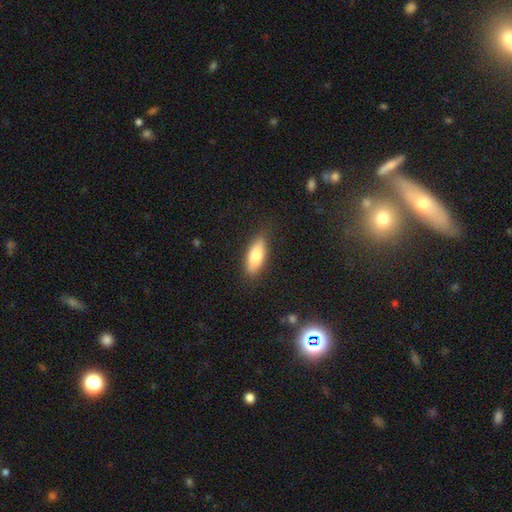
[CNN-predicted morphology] A smooth galaxy with no disk features (79%) that is in between round and cigar-shaped (73%). Merging: none (84%).